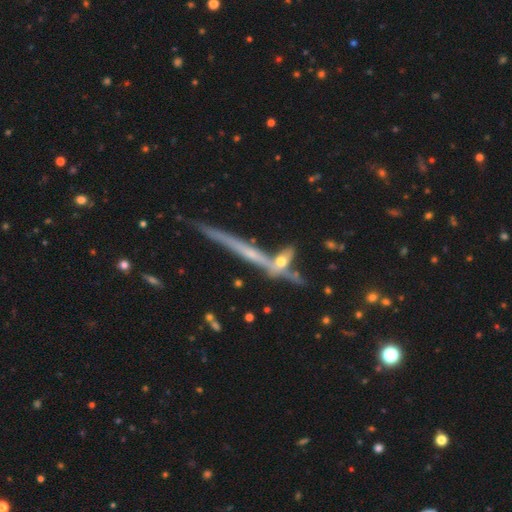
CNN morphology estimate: featured or disk 60%, smooth 26%, star or artifact 14%. Down the decision tree: edge-on disk — yes (92%); edge-on bulge — none (66%); merging — none (65%).